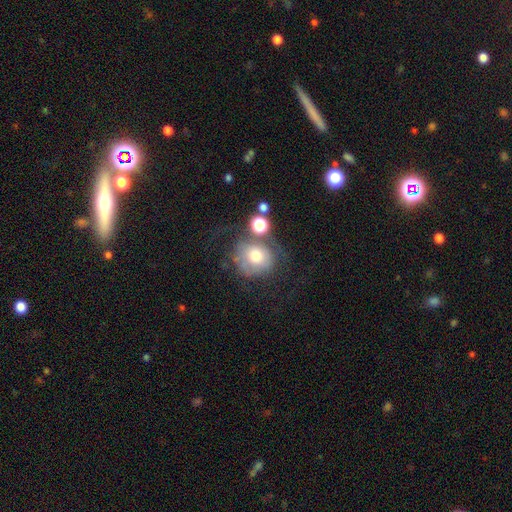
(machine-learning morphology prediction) This is possibly a smooth galaxy (57%). How rounded: clearly round (80%). Merging: marginally none (42%).